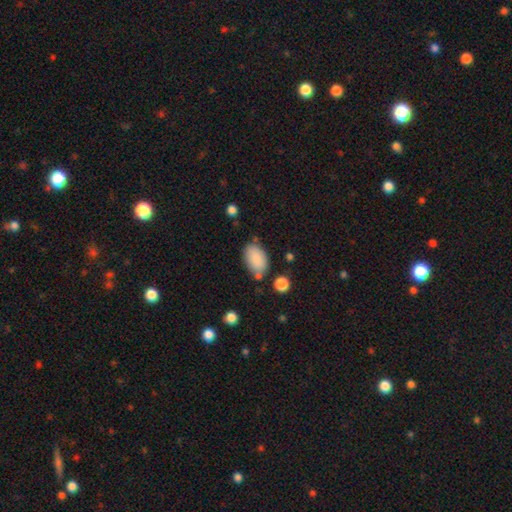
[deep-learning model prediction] A smooth galaxy with no disk features (86%) that is in between round and cigar-shaped (91%).

Vote fractions:
- Smooth or featured? smooth: 86% / star or artifact: 7% / featured or disk: 7%
- How rounded? in between: 91% / round: 8% / cigar-shaped: 1%
- Merging? none: 68% / minor disturbance: 19% / merger: 8% / major disturbance: 5%